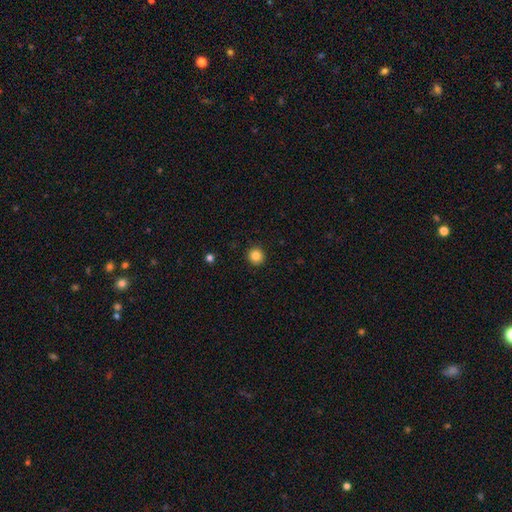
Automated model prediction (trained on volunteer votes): Smooth or featured? Predicted: smooth (p=0.84). How rounded? Predicted: round (p=0.94). Merging? Predicted: none (p=0.92).